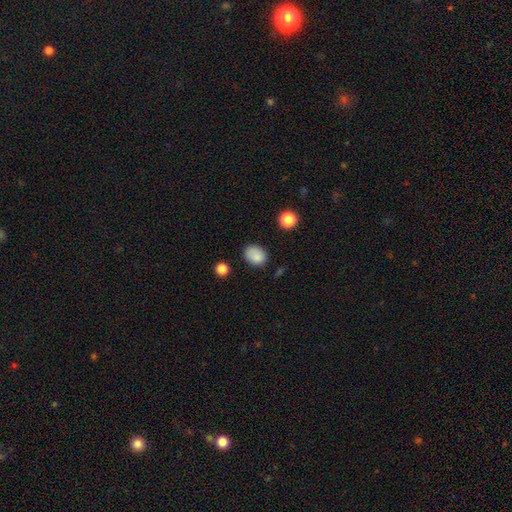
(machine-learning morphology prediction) smooth_or_featured: smooth (p=0.86) [alt: star or artifact p=0.10]
how_rounded: in between (p=0.62) [alt: round p=0.37]
merging: none (p=0.76) [alt: minor disturbance p=0.18]